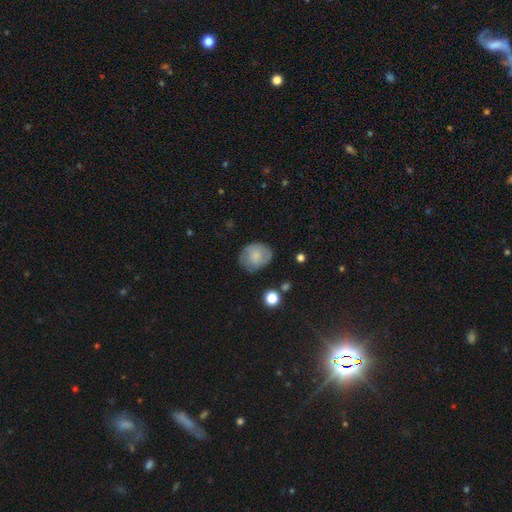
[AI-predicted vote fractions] smooth_or_featured: smooth (p=0.68) [alt: featured or disk p=0.24]
how_rounded: round (p=0.63) [alt: in between p=0.36]
merging: none (p=0.63) [alt: minor disturbance p=0.26]